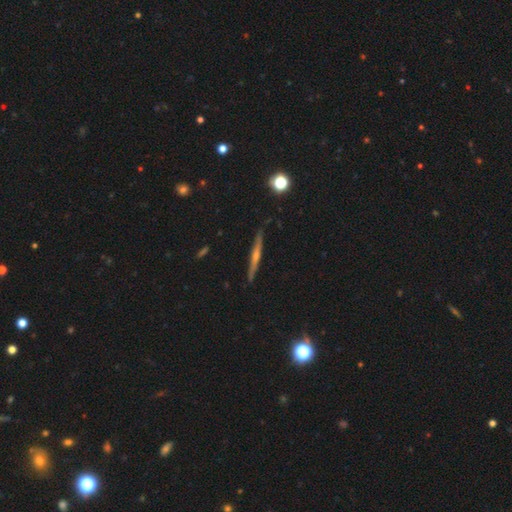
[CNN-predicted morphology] A featured or disk galaxy (70%) viewed edge-on (97%) with a rounded central bulge (64%).

Vote fractions:
- Smooth or featured? featured or disk: 70% / smooth: 23% / star or artifact: 8%
- Edge-on disk? yes: 97% / no: 3%
- Edge-on bulge? rounded: 64% / none: 28% / boxy: 8%
- Merging? none: 89% / minor disturbance: 8% / major disturbance: 1% / merger: 1%